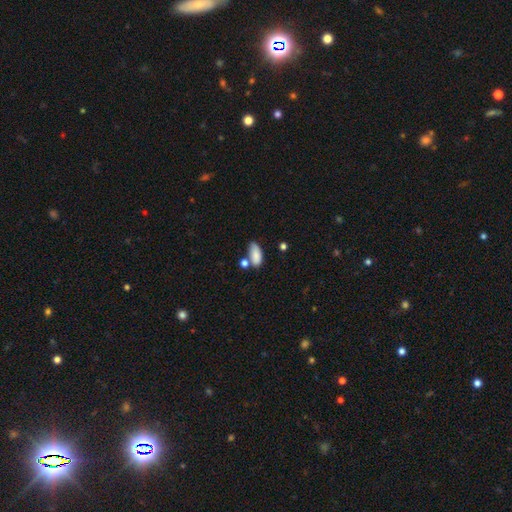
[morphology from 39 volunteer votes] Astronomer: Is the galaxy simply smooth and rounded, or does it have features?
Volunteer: smooth — 85%.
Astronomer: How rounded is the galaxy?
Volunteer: in between — 91%.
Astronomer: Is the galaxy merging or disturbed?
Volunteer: none — 46% (runner-up: minor disturbance, 27%).